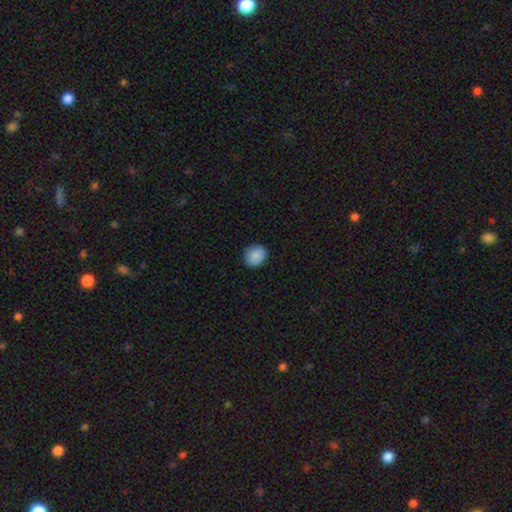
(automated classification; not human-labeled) Smooth or featured? Predicted: smooth (p=0.89). How rounded? Predicted: round (p=0.73). Merging? Predicted: none (p=0.87).